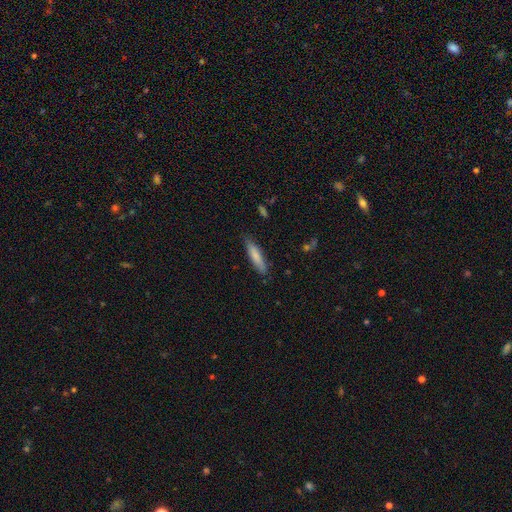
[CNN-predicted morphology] Smooth or featured?
  - smooth: 79% *
  - featured or disk: 15%
  - star or artifact: 6%
How rounded?
  - cigar-shaped: 83% *
  - in between: 16%
  - round: 1%
Merging?
  - none: 83% *
  - minor disturbance: 13%
  - major disturbance: 2%
  - merger: 1%